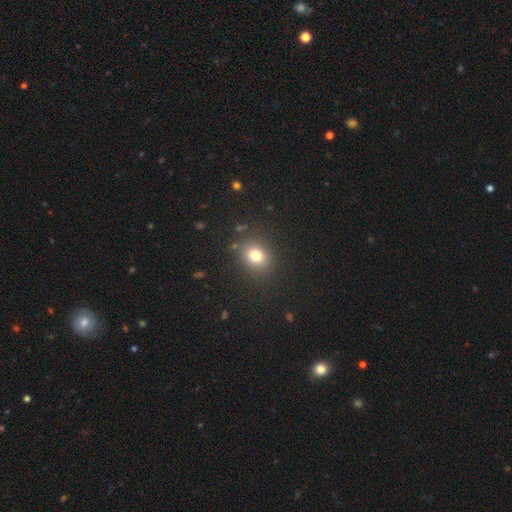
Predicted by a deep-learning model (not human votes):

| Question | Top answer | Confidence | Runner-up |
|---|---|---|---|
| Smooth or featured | smooth | 77% | star or artifact (14%) |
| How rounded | round | 61% | in between (38%) |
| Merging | none | 84% | minor disturbance (10%) |